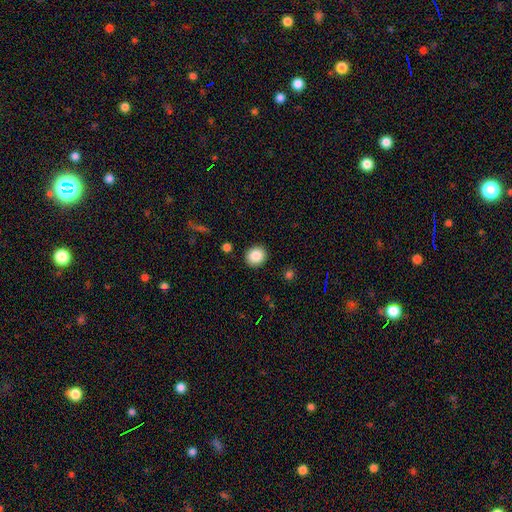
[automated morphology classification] This is clearly a smooth galaxy (87%). How rounded: clearly round (83%). Merging: clearly none (90%).